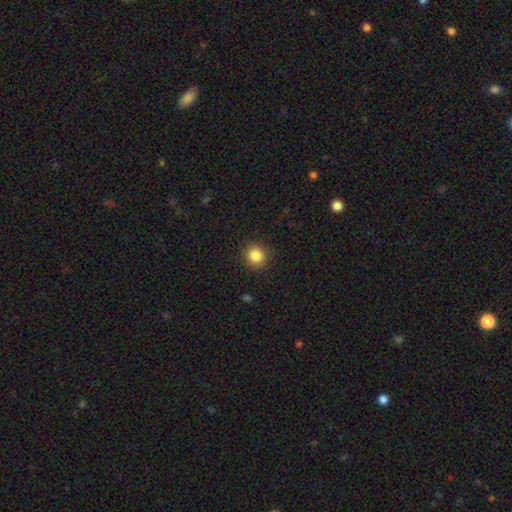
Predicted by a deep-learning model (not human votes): Q: Smooth or featured?
A: smooth (85%); runner-up: star or artifact (10%)
Q: How rounded?
A: round (90%); runner-up: in between (9%)
Q: Merging?
A: none (91%); runner-up: minor disturbance (6%)